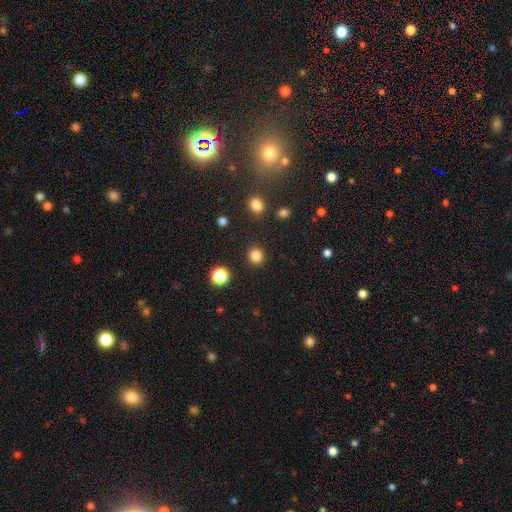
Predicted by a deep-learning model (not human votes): The model was most divided on "smooth or featured": smooth: 84%, star or artifact: 12%, featured or disk: 3%. More confident: how rounded — round (91%); merging — none (91%).